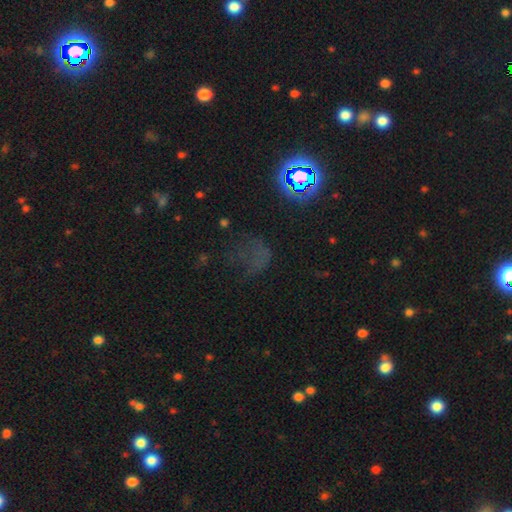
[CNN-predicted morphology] Smooth or featured? Predicted: star or artifact (p=0.47).